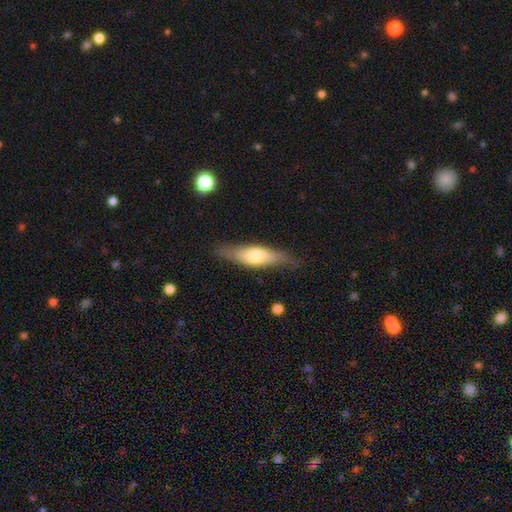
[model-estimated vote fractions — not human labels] Q: Smooth or featured?
A: smooth (57%); runner-up: featured or disk (38%)
Q: How rounded?
A: cigar-shaped (54%); runner-up: in between (44%)
Q: Merging?
A: none (77%); runner-up: minor disturbance (17%)